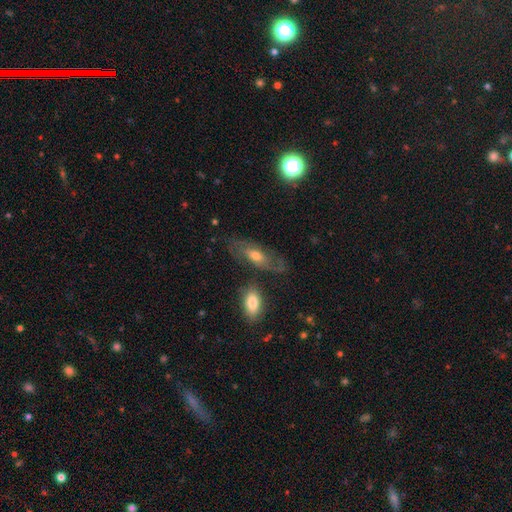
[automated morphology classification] A featured or disk galaxy (49%).

Vote fractions:
- Smooth or featured? featured or disk: 49% / smooth: 43% / star or artifact: 8%
- Merging? none: 65% / minor disturbance: 20% / major disturbance: 9% / merger: 6%